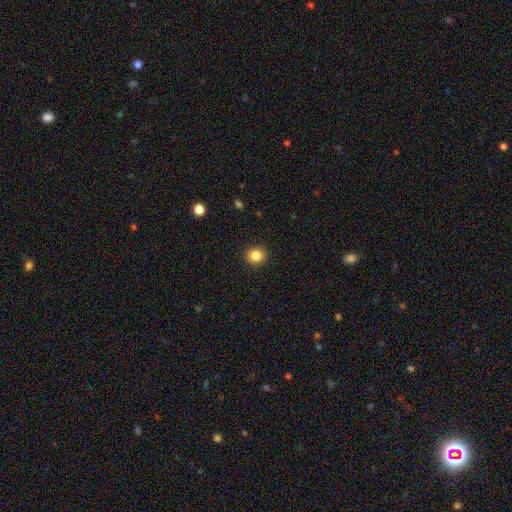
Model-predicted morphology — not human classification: type=smooth (84%); roundness=round (87%); merging=none (92%).